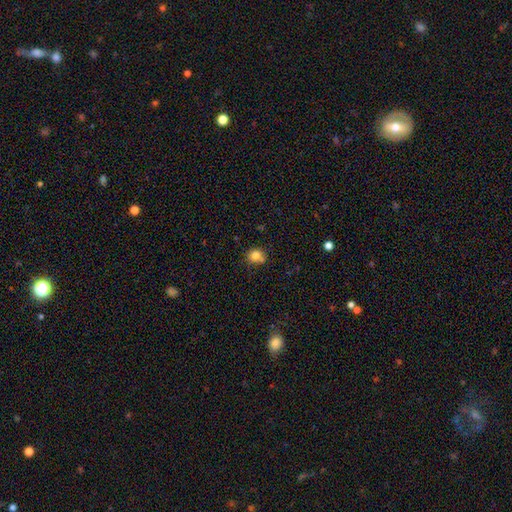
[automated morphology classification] smooth-or-featured: smooth: 81% | star or artifact: 12% | featured or disk: 8%
  how-rounded: round: 82% | in between: 18% | cigar-shaped: 1%
  merging: none: 67% | minor disturbance: 16% | merger: 13% | major disturbance: 4%